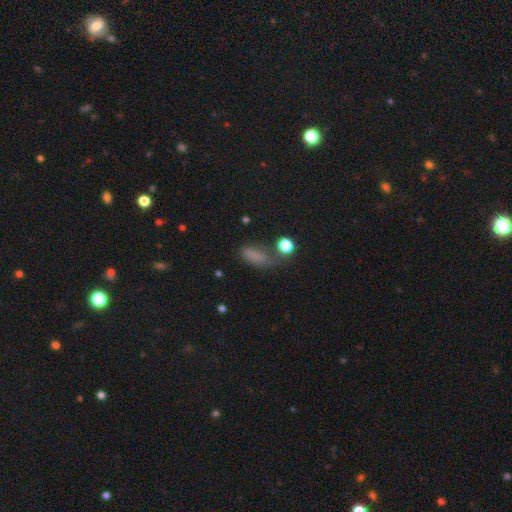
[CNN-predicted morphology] Smooth or featured? Predicted: smooth (p=0.71). How rounded? Predicted: in between (p=0.65). Merging? Predicted: none (p=0.48).